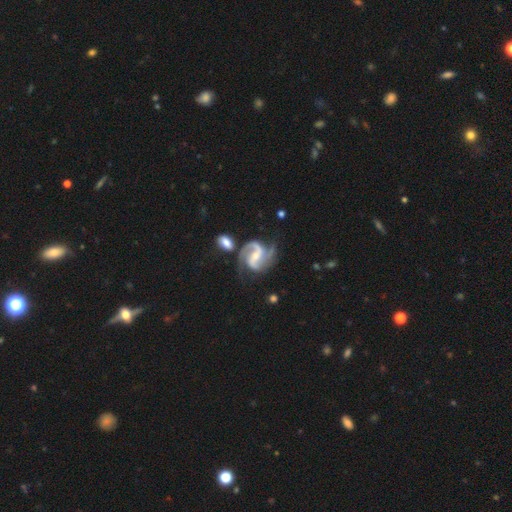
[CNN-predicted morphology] Smooth or featured?
  - featured or disk: 92% *
  - star or artifact: 4%
  - smooth: 4%
Edge-on disk?
  - no: 98% *
  - yes: 2%
Bar?
  - weak: 42% *
  - strong: 35%
  - no: 23%
Spiral arms?
  - yes: 98% *
  - no: 2%
Spiral winding?
  - medium: 57% *
  - loose: 24%
  - tight: 19%
Spiral arm count?
  - 2: 77% *
  - 3: 14%
  - can't tell: 3%
  - 1: 2%
  - 4: 2%
  - more than 4: 2%
Bulge size?
  - small: 55% *
  - moderate: 39%
  - none: 3%
  - large: 2%
  - dominant: 1%
Merging?
  - none: 60% *
  - minor disturbance: 20%
  - major disturbance: 11%
  - merger: 9%